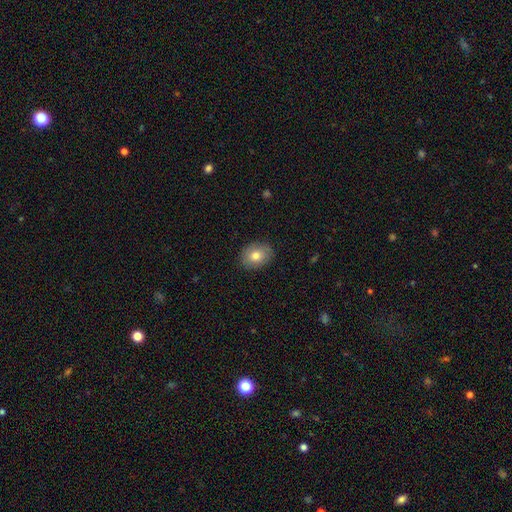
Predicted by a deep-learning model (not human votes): Overall: smooth (79%). How rounded: in between (63%; round 37%). Merging: none (86%).